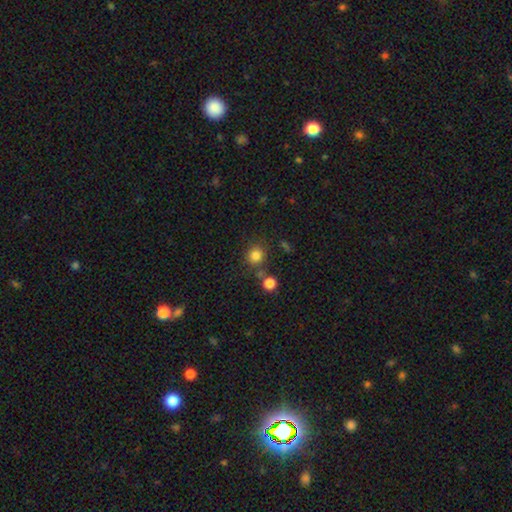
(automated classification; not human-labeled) This appears to be a smooth galaxy with no disk features (81%) that is round (88%). Merging: none (76%).